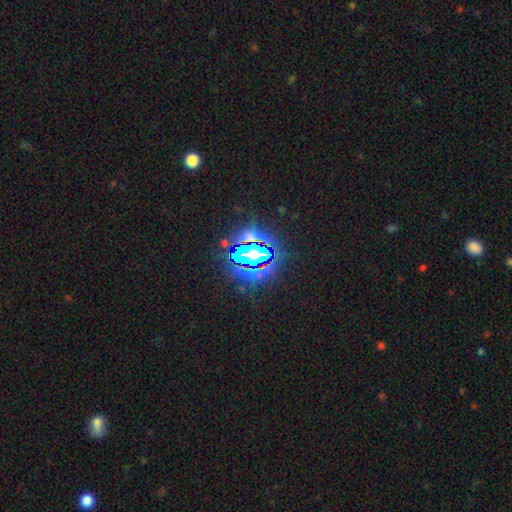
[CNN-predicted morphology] Overall: star or artifact (81%).